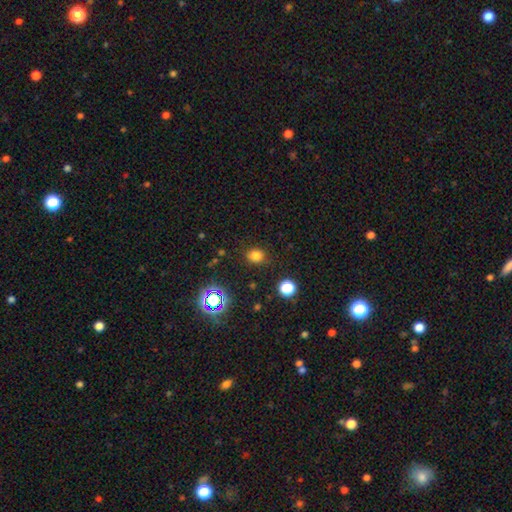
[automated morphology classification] Smooth or featured? smooth (76%)
How rounded? round (62%)
Merging? none (83%)